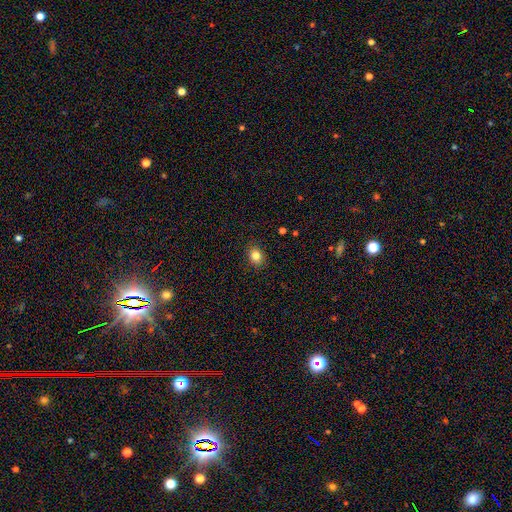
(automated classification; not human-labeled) This is clearly a smooth galaxy (84%). How rounded: possibly in between (51%). Merging: clearly none (88%).